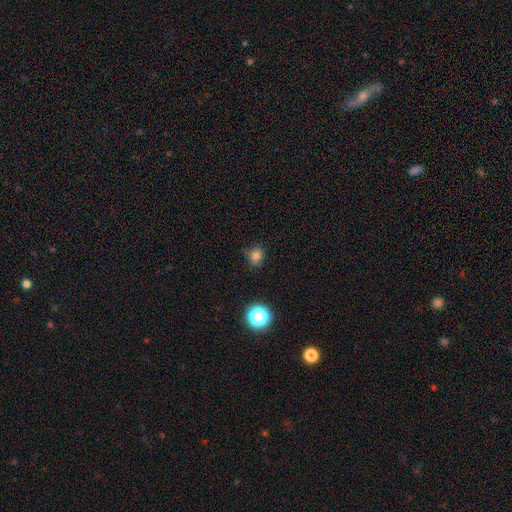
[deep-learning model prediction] Smooth or featured: smooth — 79% (star or artifact — 16%)
How rounded: round — 73% (in between — 26%)
Merging: none — 79% (minor disturbance — 16%)